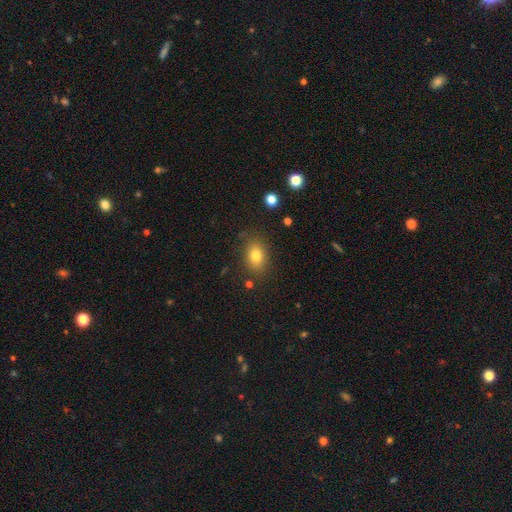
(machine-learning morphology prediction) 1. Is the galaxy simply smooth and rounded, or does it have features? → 79% smooth, 11% star or artifact, 10% featured or disk.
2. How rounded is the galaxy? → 71% in between, 28% round, 1% cigar-shaped.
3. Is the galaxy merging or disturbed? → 81% none, 12% minor disturbance, 4% major disturbance, 2% merger.